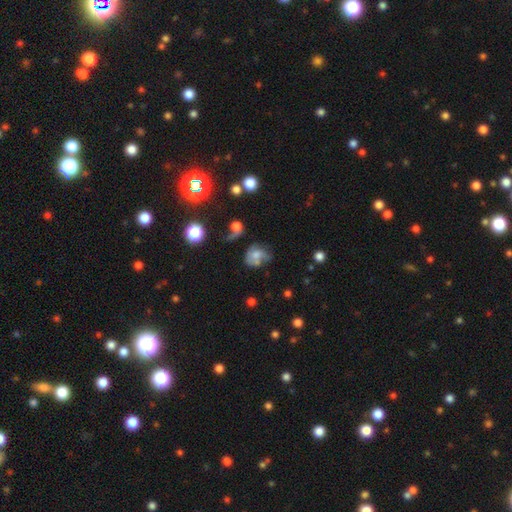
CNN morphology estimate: Overall: smooth (50%; featured or disk 36%). How rounded: round (51%; in between 47%). Merging: major disturbance (33%; none 29%).